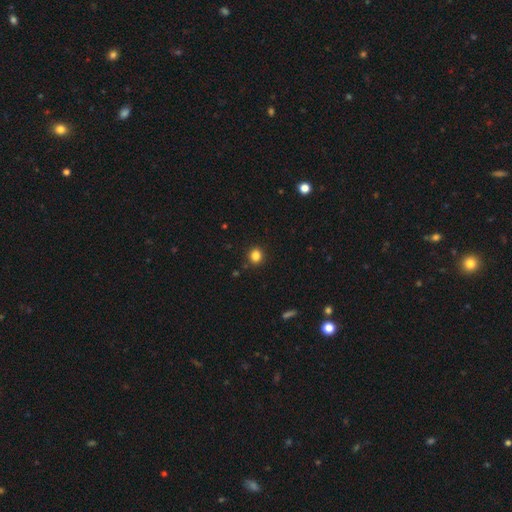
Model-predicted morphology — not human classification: Smooth or featured? smooth (84%)
How rounded? round (79%)
Merging? none (90%)